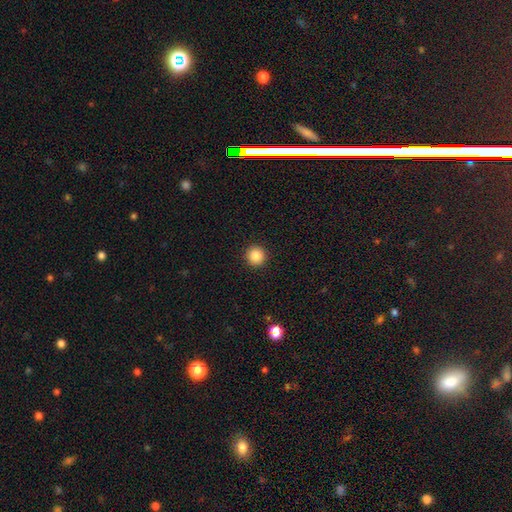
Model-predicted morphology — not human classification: Smooth or featured? smooth (86%)
How rounded? round (95%)
Merging? none (93%)